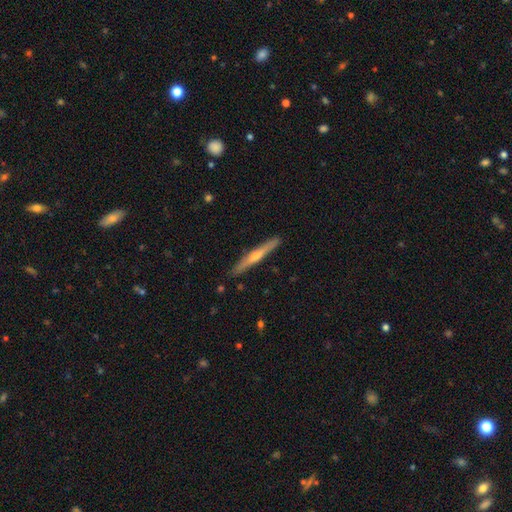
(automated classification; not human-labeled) This appears to be a featured or disk galaxy (62%) viewed edge-on (97%) with a rounded central bulge (77%). Merging: none (91%).